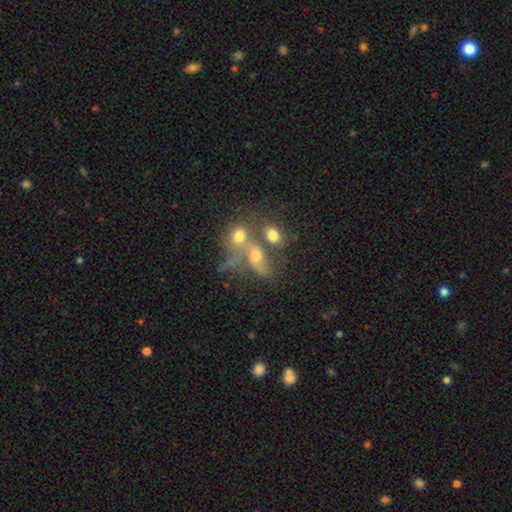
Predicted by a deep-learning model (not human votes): Smooth or featured? Predicted: smooth (p=0.55). How rounded? Predicted: in between (p=0.61). Merging? Predicted: merger (p=0.53).